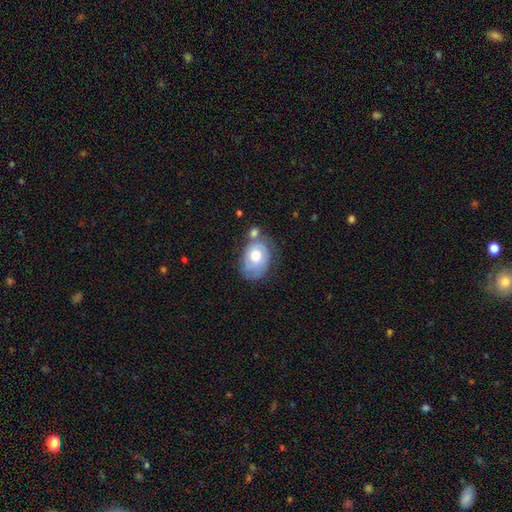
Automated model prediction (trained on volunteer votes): smooth-or-featured: smooth: 61% | featured or disk: 32% | star or artifact: 7%
  how-rounded: in between: 76% | round: 23% | cigar-shaped: 1%
  merging: none: 48% | minor disturbance: 25% | merger: 18% | major disturbance: 9%